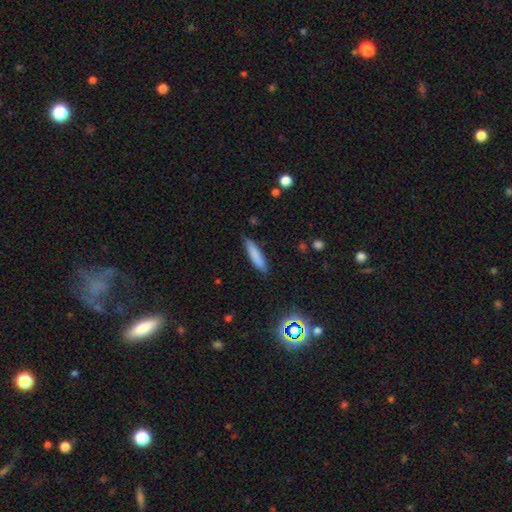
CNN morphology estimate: Smooth or featured? Predicted: smooth (p=0.80). How rounded? Predicted: cigar-shaped (p=0.82). Merging? Predicted: none (p=0.83).